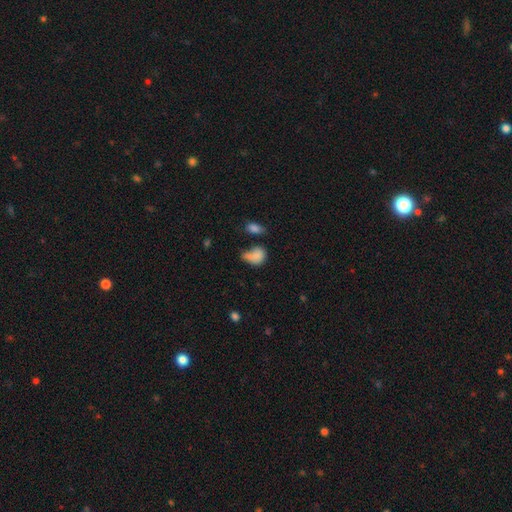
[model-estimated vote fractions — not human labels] Smooth or featured?
  - smooth: 79% *
  - featured or disk: 11%
  - star or artifact: 10%
How rounded?
  - in between: 68% *
  - round: 30%
  - cigar-shaped: 2%
Merging?
  - none: 29% *
  - minor disturbance: 28%
  - major disturbance: 22%
  - merger: 21%